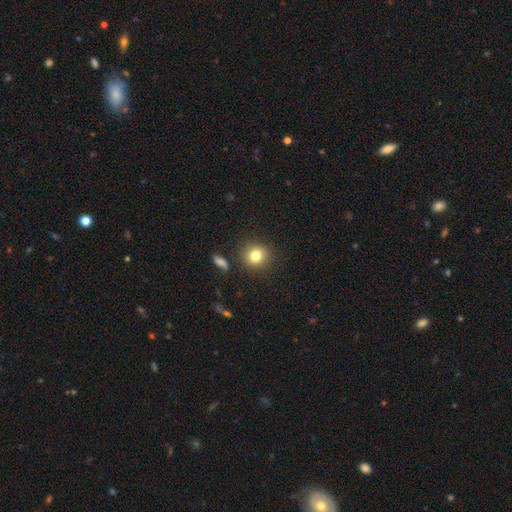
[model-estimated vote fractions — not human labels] smooth-or-featured: smooth: 80% | star or artifact: 12% | featured or disk: 9%
  how-rounded: round: 87% | in between: 12% | cigar-shaped: 1%
  merging: none: 87% | minor disturbance: 8% | major disturbance: 3% | merger: 2%